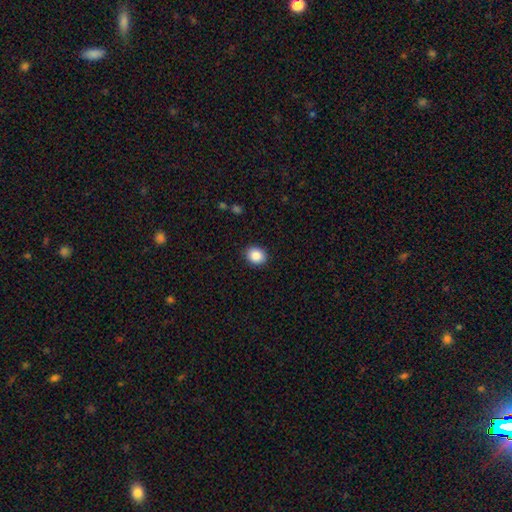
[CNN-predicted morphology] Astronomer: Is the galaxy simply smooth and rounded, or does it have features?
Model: smooth — 87%.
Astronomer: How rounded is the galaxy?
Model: round — 65%.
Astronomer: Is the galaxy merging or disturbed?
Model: none — 90%.